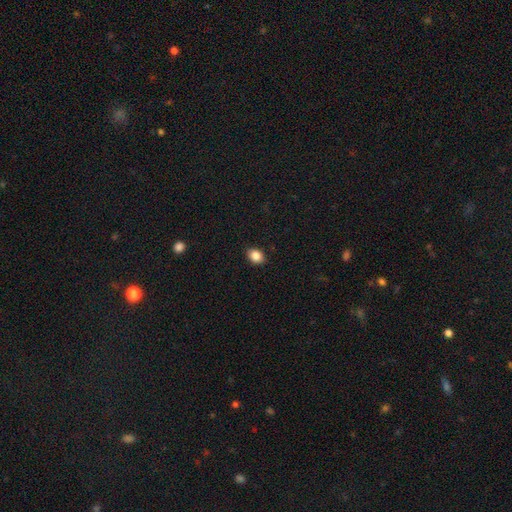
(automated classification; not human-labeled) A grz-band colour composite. It shows a smooth galaxy with no disk features (86%) that is in between round and cigar-shaped (58%). Merging: none (90%).